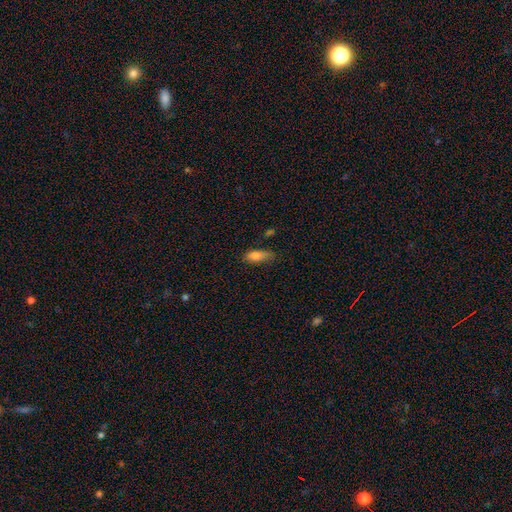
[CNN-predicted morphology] This is clearly a smooth galaxy (82%). How rounded: likely in between (69%). Merging: possibly none (55%).